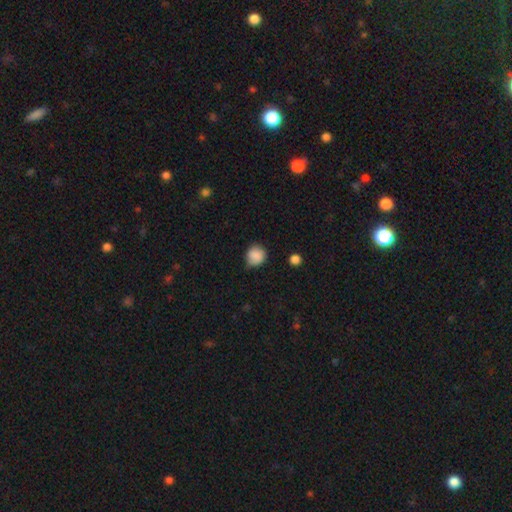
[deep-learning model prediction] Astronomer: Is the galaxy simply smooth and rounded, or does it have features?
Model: smooth — 85%.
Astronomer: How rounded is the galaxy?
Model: round — 80%.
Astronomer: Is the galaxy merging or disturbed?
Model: none — 71%.